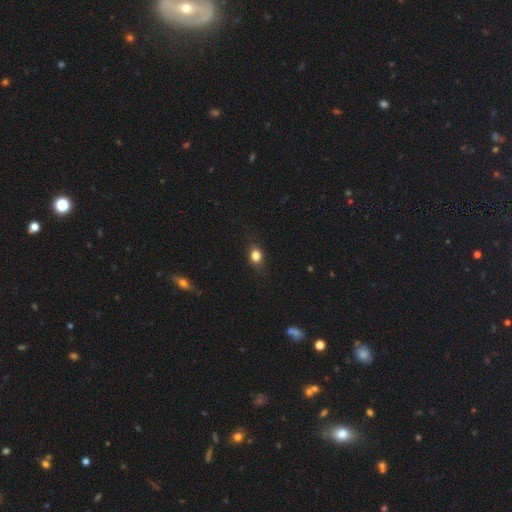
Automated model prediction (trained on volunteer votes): smooth_or_featured: smooth (p=0.82) [alt: star or artifact p=0.11]
how_rounded: in between (p=0.51) [alt: round p=0.47]
merging: none (p=0.82) [alt: minor disturbance p=0.13]